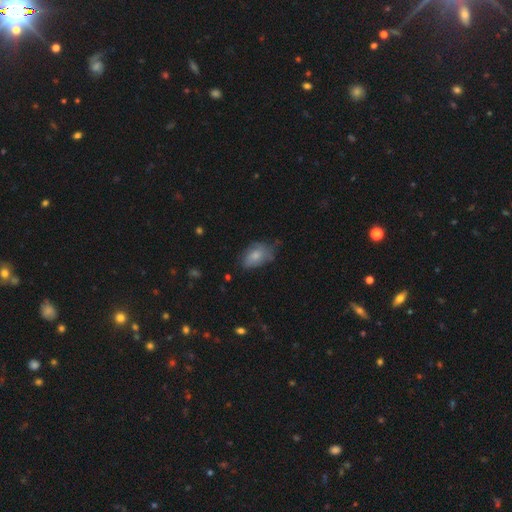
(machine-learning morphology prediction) Smooth or featured: smooth — 76% (featured or disk — 17%)
How rounded: in between — 90% (round — 8%)
Merging: none — 51% (minor disturbance — 35%)